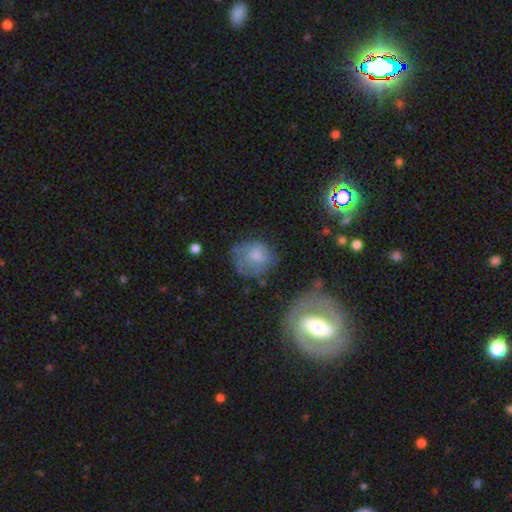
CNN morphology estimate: This is possibly a smooth galaxy (59%). How rounded: likely round (73%). Merging: possibly none (52%).